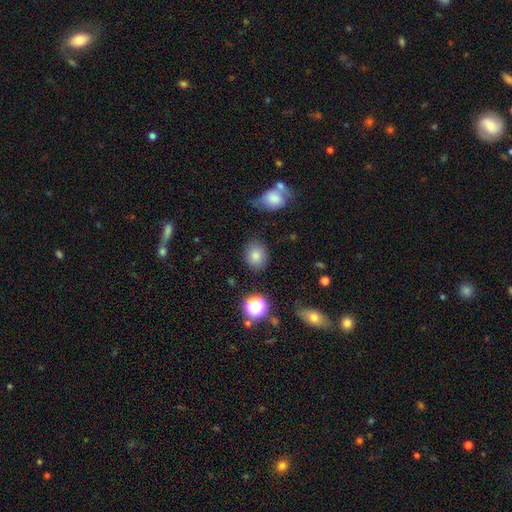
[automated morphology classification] A smooth galaxy with no disk features (82%) that is round (52%). Merging: none (81%).